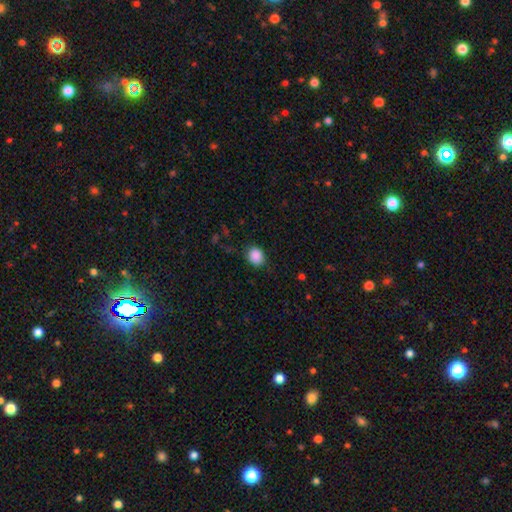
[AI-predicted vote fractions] This is clearly a smooth galaxy (89%). How rounded: likely round (63%). Merging: clearly none (83%).